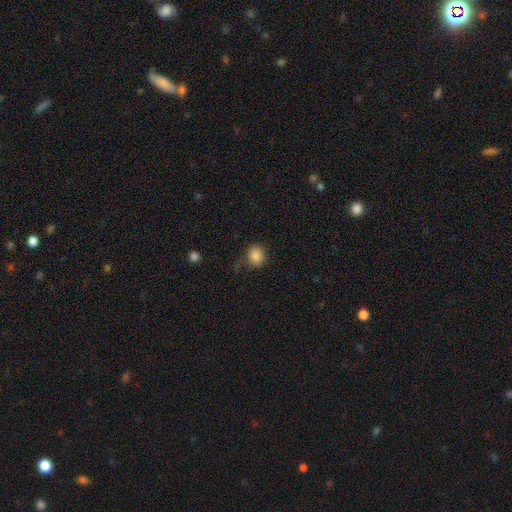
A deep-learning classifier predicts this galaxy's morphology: smooth-or-featured: smooth: 83% | star or artifact: 10% | featured or disk: 6%
  how-rounded: round: 72% | in between: 27% | cigar-shaped: 1%
  merging: none: 75% | minor disturbance: 17% | major disturbance: 6% | merger: 2%